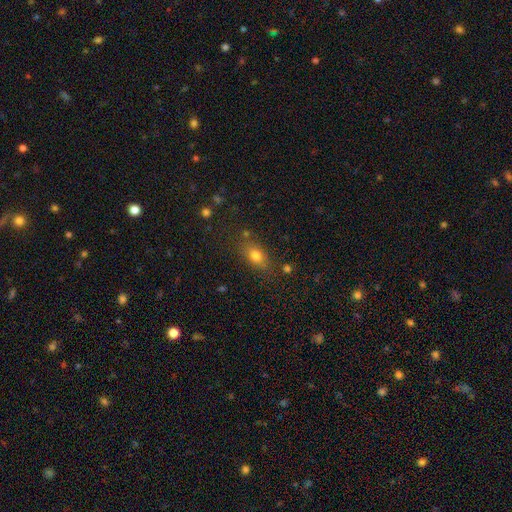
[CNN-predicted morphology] Smooth or featured?
  - smooth: 77% *
  - star or artifact: 12%
  - featured or disk: 11%
How rounded?
  - in between: 73% *
  - round: 21%
  - cigar-shaped: 6%
Merging?
  - none: 73% *
  - minor disturbance: 16%
  - major disturbance: 6%
  - merger: 5%